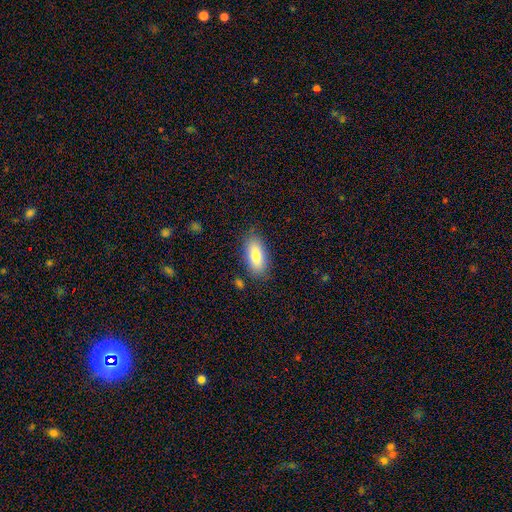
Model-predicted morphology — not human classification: Smooth or featured? Predicted: smooth (p=0.82). How rounded? Predicted: in between (p=0.84). Merging? Predicted: none (p=0.82).